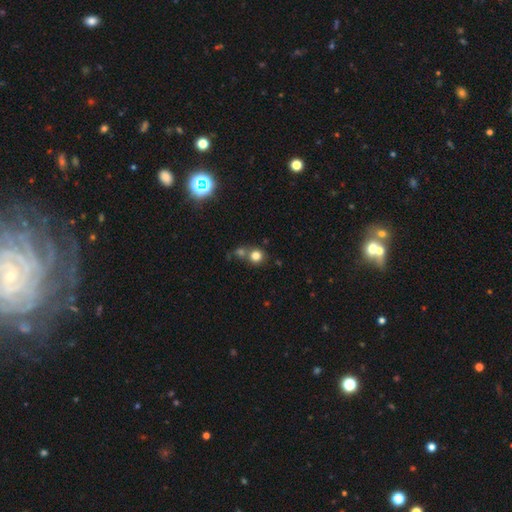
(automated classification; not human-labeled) smooth-or-featured: smooth: 80% | star or artifact: 13% | featured or disk: 7%
  how-rounded: round: 90% | in between: 10% | cigar-shaped: 1%
  merging: none: 61% | merger: 27% | minor disturbance: 8% | major disturbance: 4%